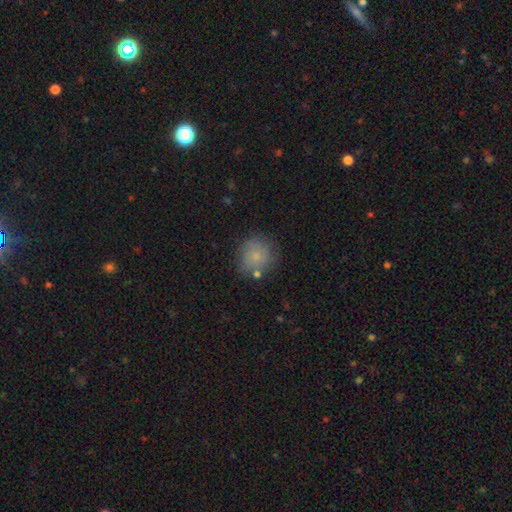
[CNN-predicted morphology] Overall: smooth (79%). How rounded: round (86%). Merging: none (71%).